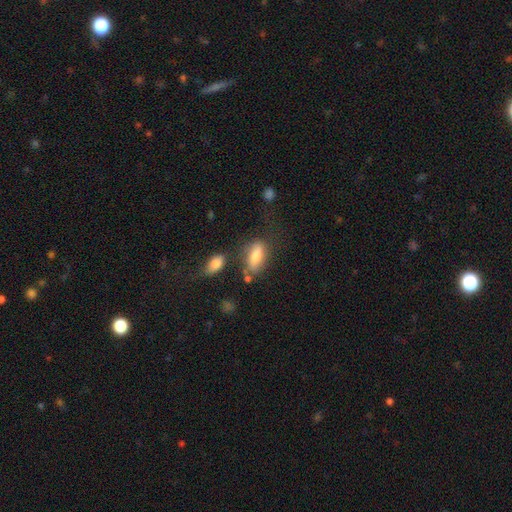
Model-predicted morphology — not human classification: smooth-or-featured: smooth: 76% | featured or disk: 15% | star or artifact: 8%
  how-rounded: in between: 82% | cigar-shaped: 14% | round: 4%
  merging: none: 52% | minor disturbance: 23% | major disturbance: 13% | merger: 12%